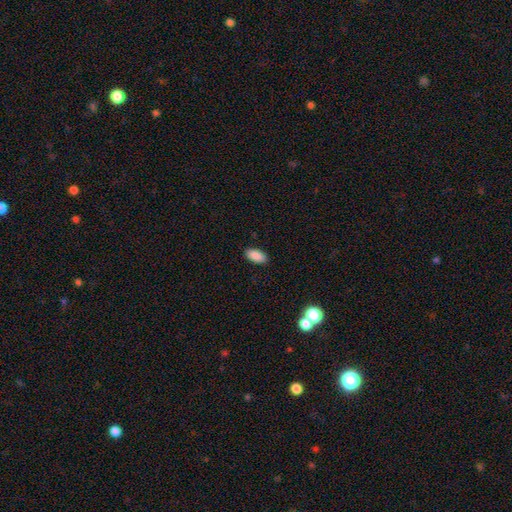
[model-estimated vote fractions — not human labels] Overall: smooth (89%). How rounded: in between (93%). Merging: none (89%).